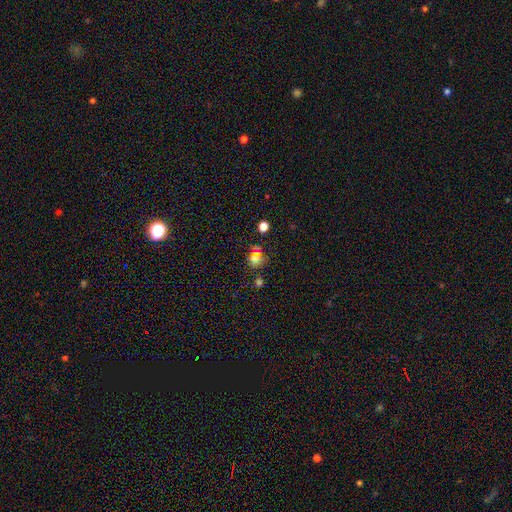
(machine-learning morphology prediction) Smooth or featured?
  - smooth: 54% *
  - star or artifact: 36%
  - featured or disk: 10%
How rounded?
  - round: 84% *
  - in between: 15%
  - cigar-shaped: 1%
Merging?
  - none: 72% *
  - merger: 11%
  - minor disturbance: 11%
  - major disturbance: 6%